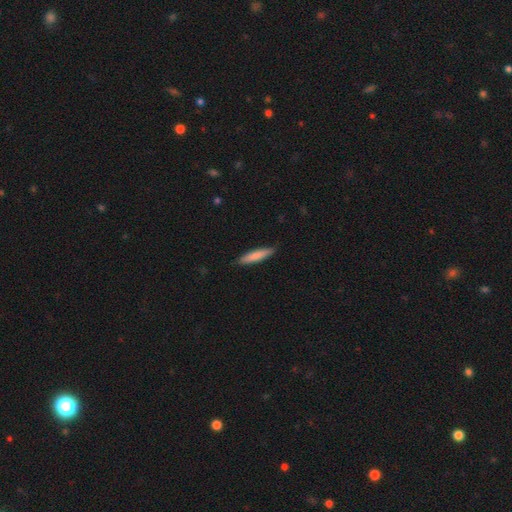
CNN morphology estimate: Smooth or featured?
  - smooth: 81% *
  - featured or disk: 14%
  - star or artifact: 5%
How rounded?
  - cigar-shaped: 86% *
  - in between: 13%
  - round: 1%
Merging?
  - none: 88% *
  - minor disturbance: 10%
  - major disturbance: 2%
  - merger: 1%